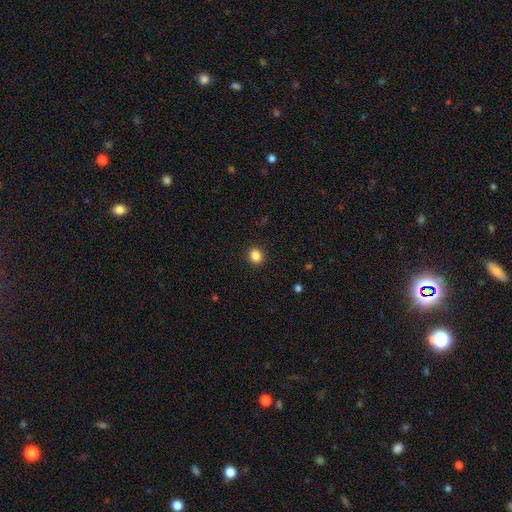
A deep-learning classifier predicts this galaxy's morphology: smooth_or_featured: smooth (p=0.86) [alt: star or artifact p=0.11]
how_rounded: round (p=0.76) [alt: in between p=0.23]
merging: none (p=0.92) [alt: minor disturbance p=0.05]